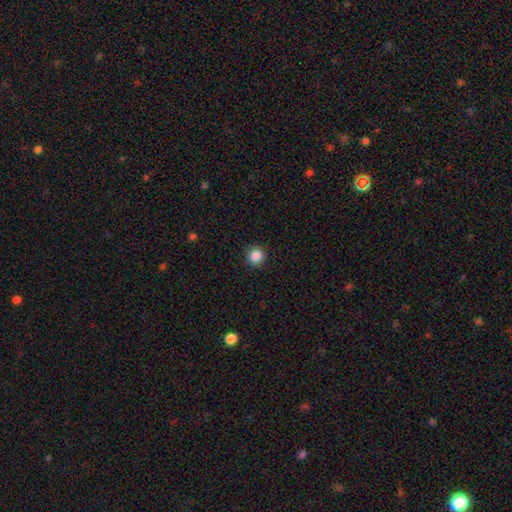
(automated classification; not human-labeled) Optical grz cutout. It shows a smooth galaxy with no disk features (86%) that is round (94%). Merging: none (92%).